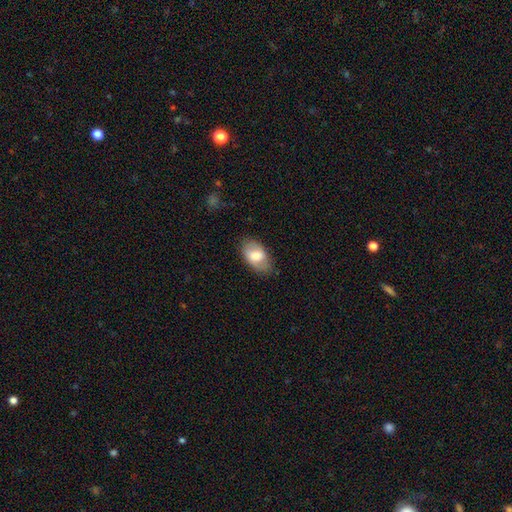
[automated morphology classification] This is likely a smooth galaxy (67%). How rounded: clearly in between (92%). Merging: likely none (79%).